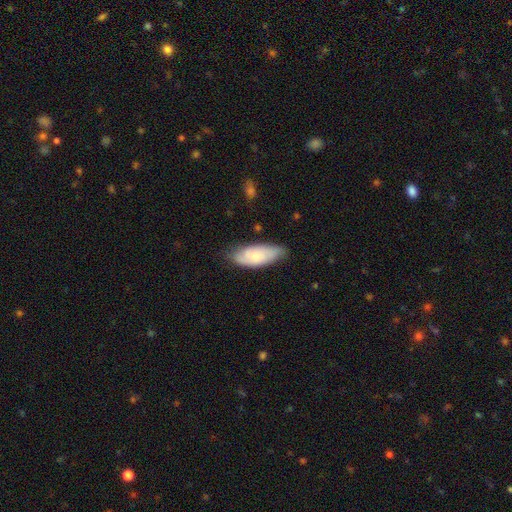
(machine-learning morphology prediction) smooth_or_featured: smooth (p=0.61) [alt: featured or disk p=0.33]
how_rounded: in between (p=0.81) [alt: cigar-shaped p=0.17]
merging: none (p=0.72) [alt: minor disturbance p=0.22]